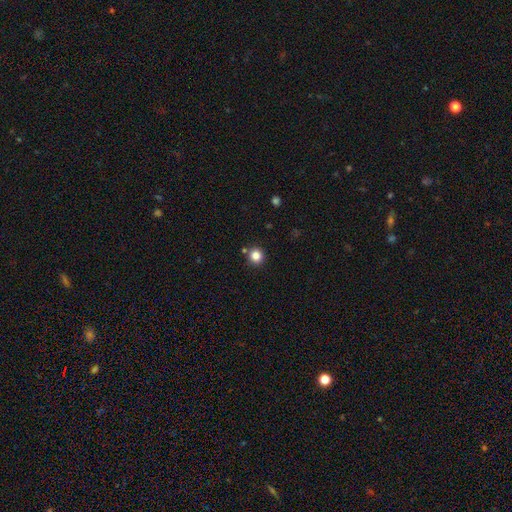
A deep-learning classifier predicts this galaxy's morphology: Q: Smooth or featured?
A: smooth (83%); runner-up: star or artifact (12%)
Q: How rounded?
A: round (93%); runner-up: in between (6%)
Q: Merging?
A: none (86%); runner-up: minor disturbance (6%)